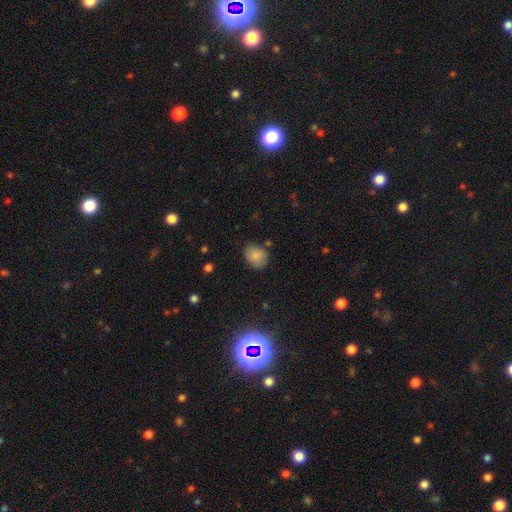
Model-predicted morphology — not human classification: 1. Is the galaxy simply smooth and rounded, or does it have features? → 85% smooth, 9% star or artifact, 7% featured or disk.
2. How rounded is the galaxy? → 51% round, 48% in between, 1% cigar-shaped.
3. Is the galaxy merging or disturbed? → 77% none, 17% minor disturbance, 3% major disturbance, 3% merger.